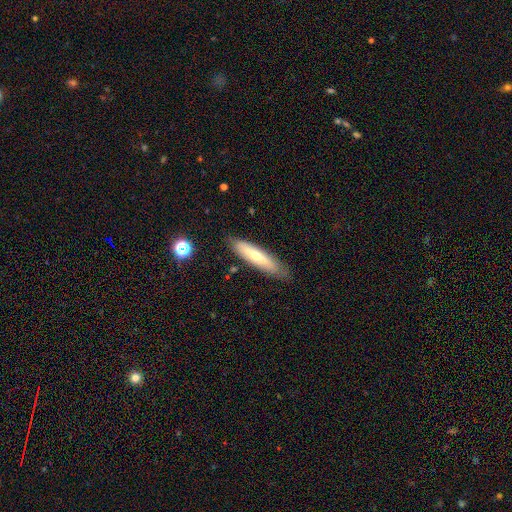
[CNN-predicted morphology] A smooth galaxy with no disk features (53%) that is cigar-shaped (75%).

Vote fractions:
- Smooth or featured? smooth: 53% / featured or disk: 41% / star or artifact: 6%
- How rounded? cigar-shaped: 75% / in between: 24% / round: 2%
- Merging? none: 82% / minor disturbance: 14% / major disturbance: 3% / merger: 2%